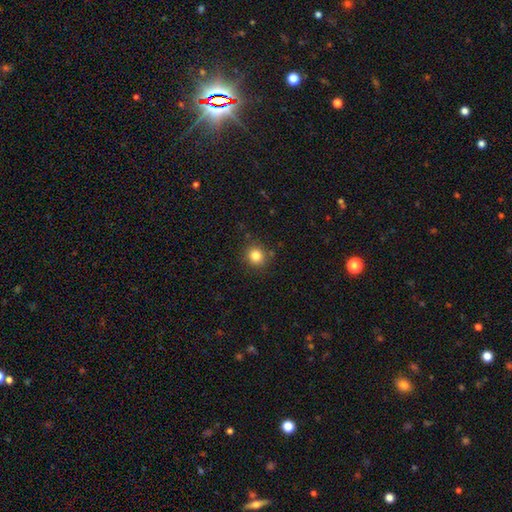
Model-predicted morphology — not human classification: Smooth or featured?
  - smooth: 83% *
  - star or artifact: 12%
  - featured or disk: 6%
How rounded?
  - round: 88% *
  - in between: 11%
  - cigar-shaped: 1%
Merging?
  - none: 87% *
  - minor disturbance: 8%
  - major disturbance: 3%
  - merger: 2%